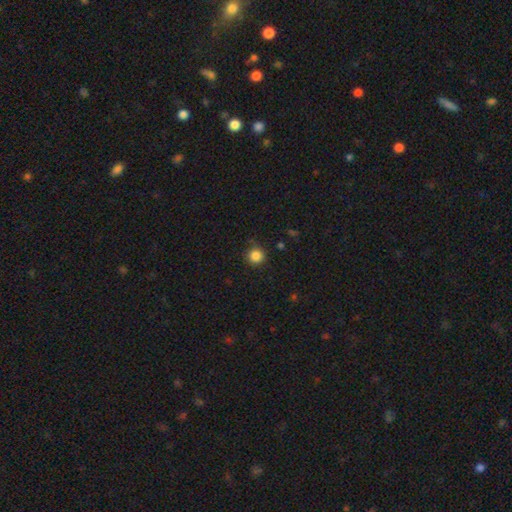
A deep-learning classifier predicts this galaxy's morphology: smooth_or_featured: smooth (p=0.85) [alt: star or artifact p=0.12]
how_rounded: round (p=0.95) [alt: in between p=0.04]
merging: none (p=0.86) [alt: minor disturbance p=0.10]